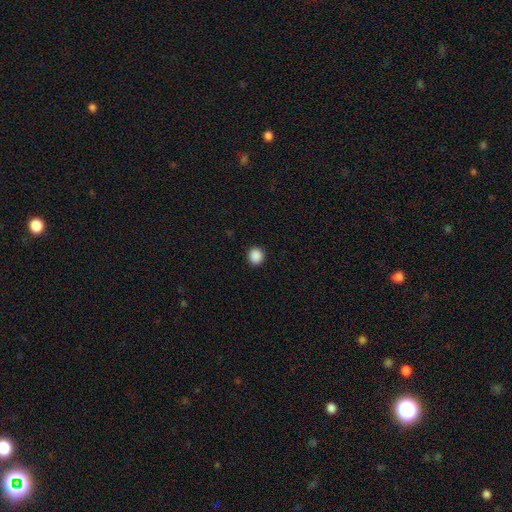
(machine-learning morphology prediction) Smooth or featured: smooth — 89% (star or artifact — 9%)
How rounded: round — 90% (in between — 10%)
Merging: none — 93% (minor disturbance — 5%)